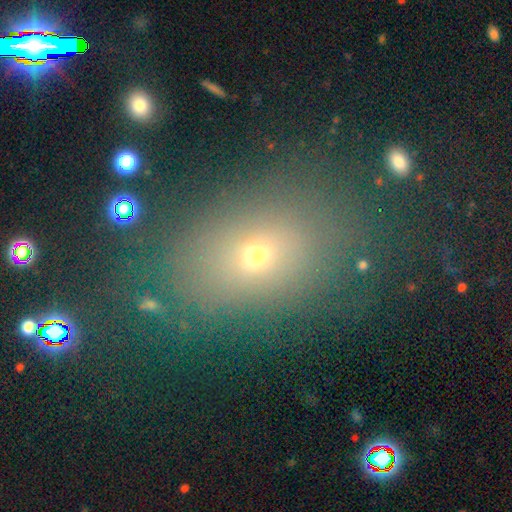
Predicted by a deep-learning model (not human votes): Smooth or featured?
  - smooth: 62% *
  - star or artifact: 20%
  - featured or disk: 17%
How rounded?
  - in between: 70% *
  - round: 26%
  - cigar-shaped: 3%
Merging?
  - none: 70% *
  - minor disturbance: 15%
  - major disturbance: 9%
  - merger: 5%